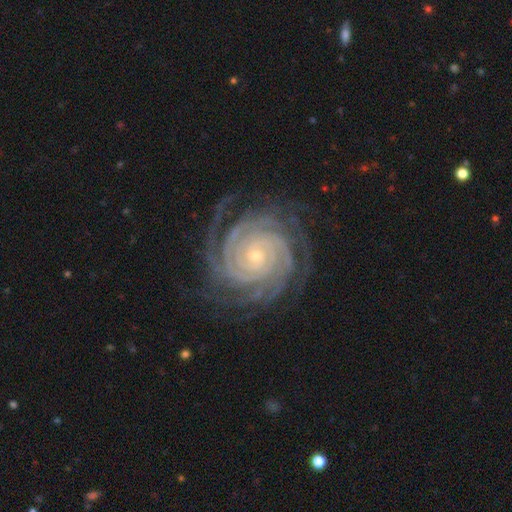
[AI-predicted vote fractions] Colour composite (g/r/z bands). It shows a featured or disk galaxy (93%) with no bar (75%), 4 (26%) tight (88%) spiral arms (99%) and a small central bulge (81%). Merging: none (81%).